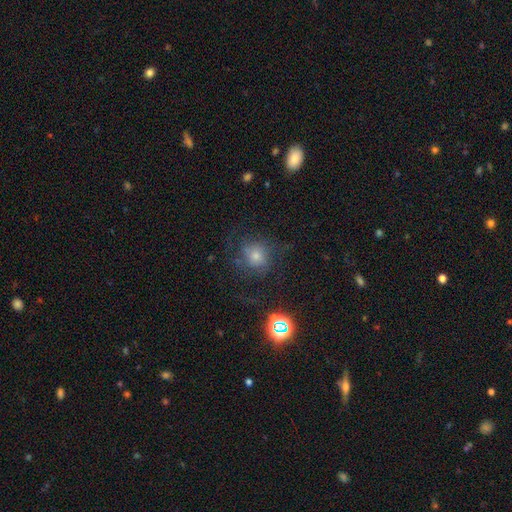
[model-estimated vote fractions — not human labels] The model was most divided on "smooth or featured": smooth: 44%, featured or disk: 31%, star or artifact: 25%. More confident: merging — none (63%).